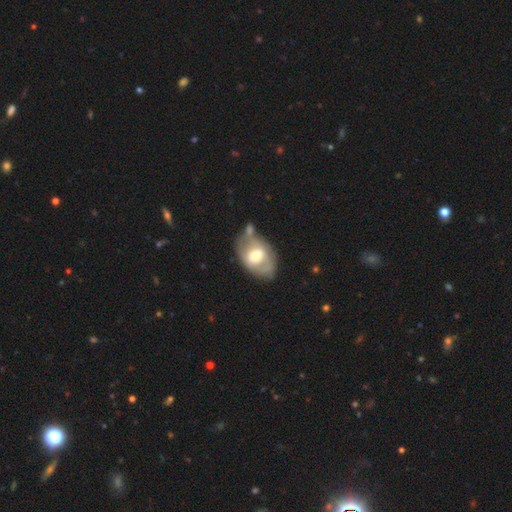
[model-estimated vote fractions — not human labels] Smooth or featured?
  - featured or disk: 51% *
  - smooth: 43%
  - star or artifact: 6%
Edge-on disk?
  - no: 93% *
  - yes: 7%
Merging?
  - none: 45% *
  - minor disturbance: 24%
  - merger: 20%
  - major disturbance: 11%